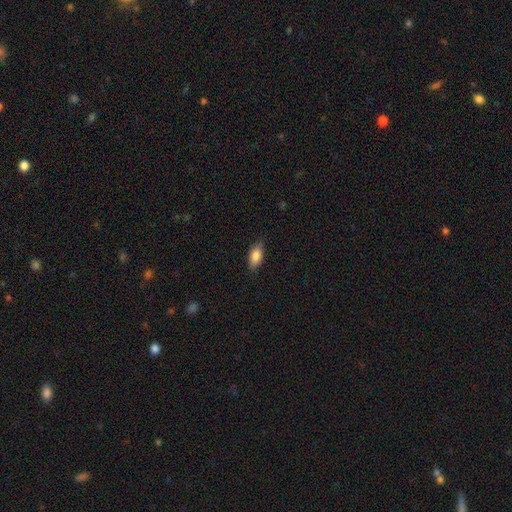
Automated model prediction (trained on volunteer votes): A smooth galaxy with no disk features (85%) that is in between round and cigar-shaped (87%). Merging: none (80%).